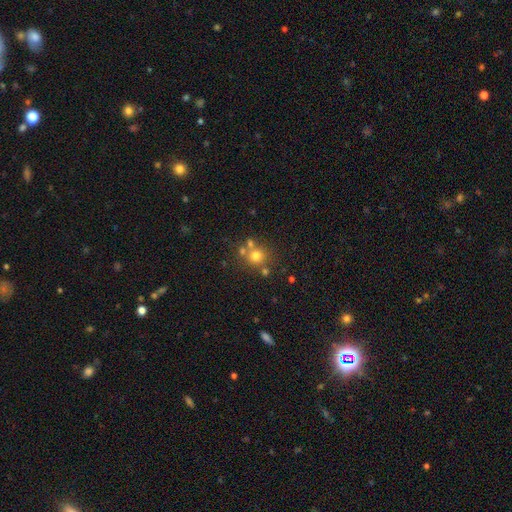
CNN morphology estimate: Q: Smooth or featured?
A: smooth (70%); runner-up: star or artifact (17%)
Q: How rounded?
A: round (88%); runner-up: in between (11%)
Q: Merging?
A: none (63%); runner-up: merger (24%)